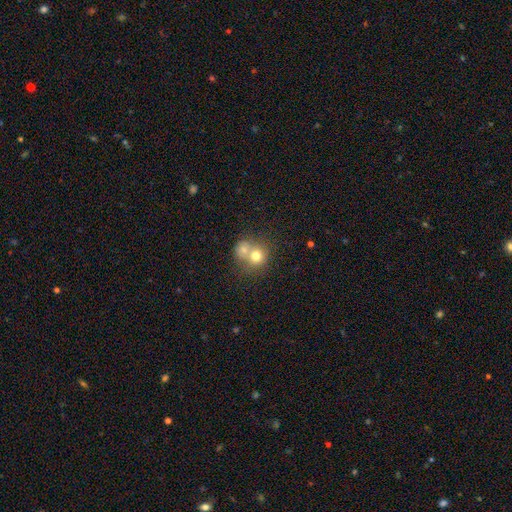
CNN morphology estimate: A smooth galaxy with no disk features (72%) that is round (77%).

Vote fractions:
- Smooth or featured? smooth: 72% / featured or disk: 18% / star or artifact: 10%
- How rounded? round: 77% / in between: 22% / cigar-shaped: 1%
- Merging? merger: 61% / none: 29% / minor disturbance: 7% / major disturbance: 3%